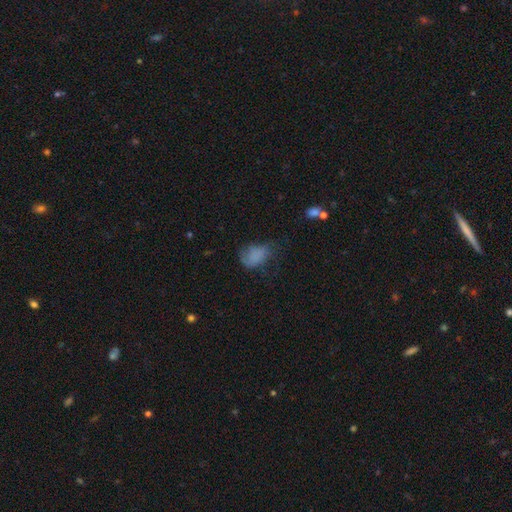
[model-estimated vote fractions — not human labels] A smooth galaxy with no disk features (70%) that is in between round and cigar-shaped (77%).

Vote fractions:
- Smooth or featured? smooth: 70% / featured or disk: 18% / star or artifact: 12%
- How rounded? in between: 77% / round: 22% / cigar-shaped: 2%
- Merging? none: 38% / minor disturbance: 33% / major disturbance: 27% / merger: 2%